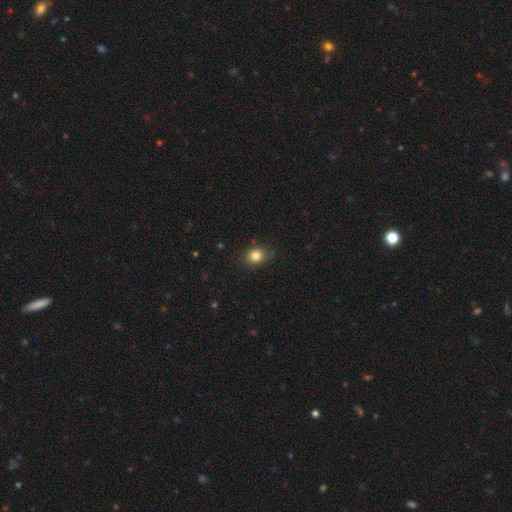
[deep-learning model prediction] A smooth galaxy with no disk features (82%) that is round (52%).

Vote fractions:
- Smooth or featured? smooth: 82% / star or artifact: 11% / featured or disk: 7%
- How rounded? round: 52% / in between: 47% / cigar-shaped: 1%
- Merging? none: 85% / minor disturbance: 12% / major disturbance: 2% / merger: 1%